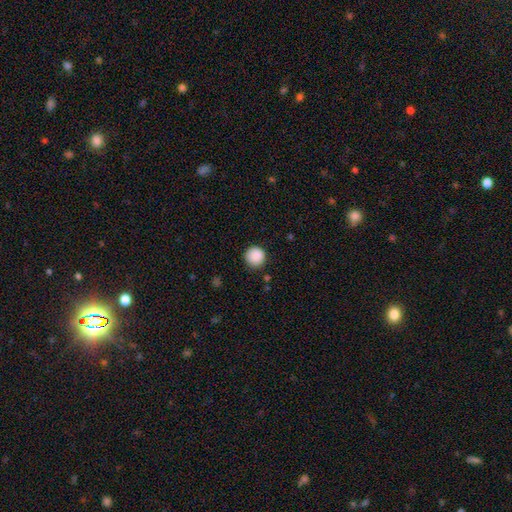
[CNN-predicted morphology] smooth_or_featured: smooth (p=0.89) [alt: star or artifact p=0.09]
how_rounded: round (p=0.96) [alt: in between p=0.03]
merging: none (p=0.89) [alt: minor disturbance p=0.08]